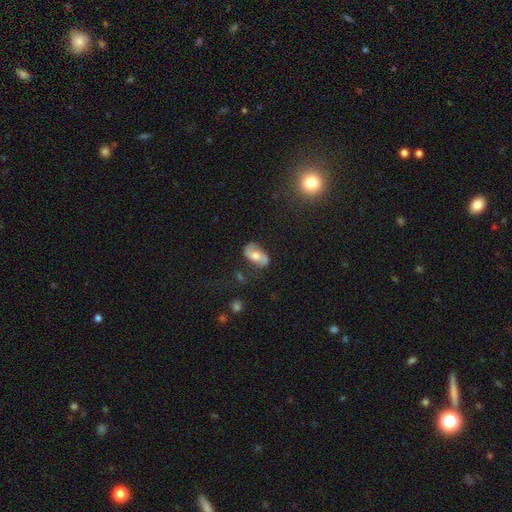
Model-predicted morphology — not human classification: The model was most divided on "smooth or featured": featured or disk: 58%, smooth: 35%, star or artifact: 7%. More confident: edge-on disk — no (95%); spiral arms — yes (84%); merging — none (72%); bulge size — moderate (70%); bar — no (57%).